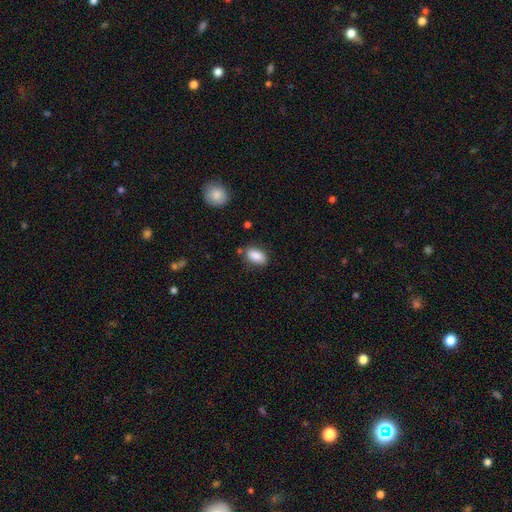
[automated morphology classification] smooth-or-featured: smooth: 86% | star or artifact: 8% | featured or disk: 6%
  how-rounded: in between: 90% | round: 5% | cigar-shaped: 5%
  merging: none: 78% | minor disturbance: 15% | merger: 4% | major disturbance: 3%